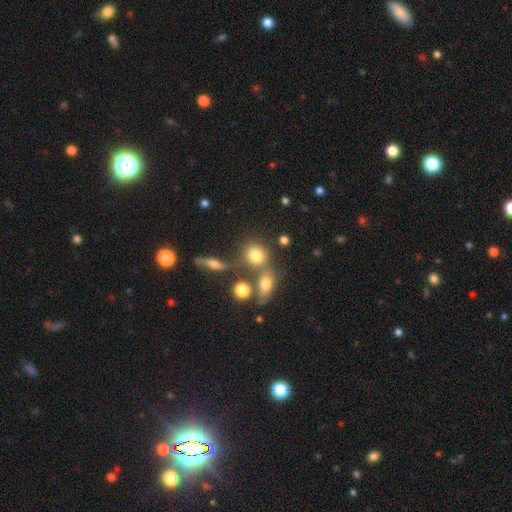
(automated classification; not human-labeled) Smooth or featured? smooth (76%)
How rounded? round (71%)
Merging? none (52%)